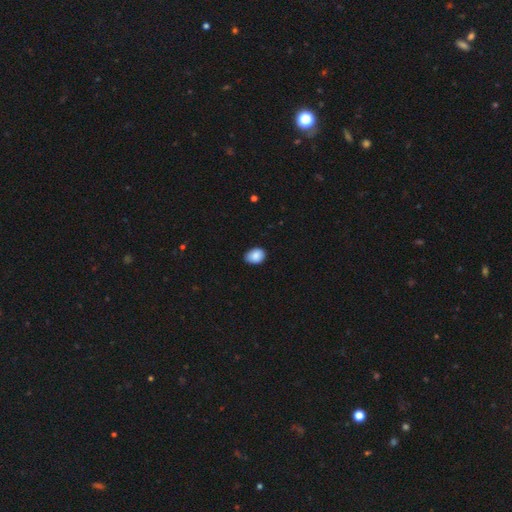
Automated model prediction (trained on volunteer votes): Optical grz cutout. It shows a smooth galaxy with no disk features (88%) that is in between round and cigar-shaped (68%). Merging: none (79%).